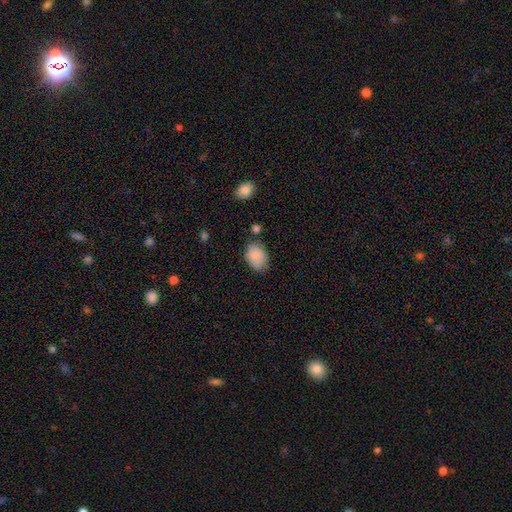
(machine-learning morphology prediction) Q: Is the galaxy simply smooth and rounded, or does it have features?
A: smooth — 88%.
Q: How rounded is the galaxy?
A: in between — 84%.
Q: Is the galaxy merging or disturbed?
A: none — 69%.